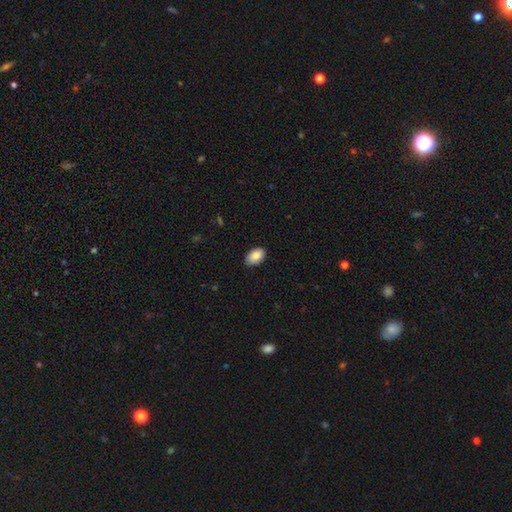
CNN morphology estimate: Smooth or featured? smooth (87%)
How rounded? in between (91%)
Merging? none (84%)